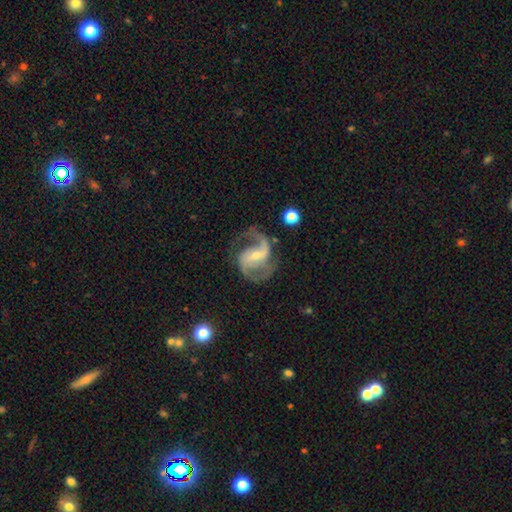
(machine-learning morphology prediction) Smooth or featured? Predicted: featured or disk (p=0.91). Edge-on disk? Predicted: no (p=0.98). Bar? Predicted: weak (p=0.45). Spiral arms? Predicted: yes (p=0.98). Spiral winding? Predicted: medium (p=0.58). Spiral arm count? Predicted: 2 (p=0.86). Bulge size? Predicted: small (p=0.61). Merging? Predicted: none (p=0.70).